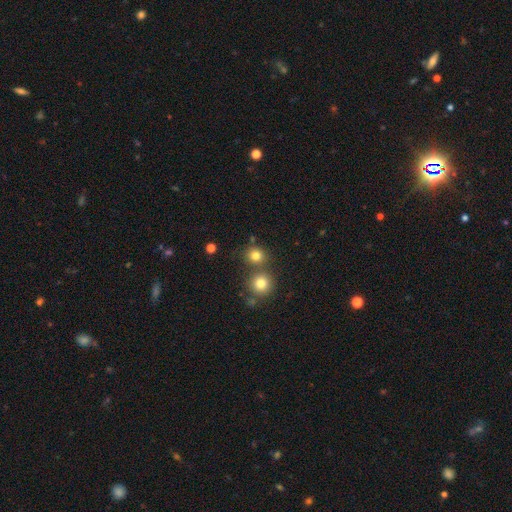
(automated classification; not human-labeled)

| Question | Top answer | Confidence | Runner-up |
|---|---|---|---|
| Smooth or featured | smooth | 78% | star or artifact (15%) |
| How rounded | round | 87% | in between (13%) |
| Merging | none | 68% | merger (21%) |